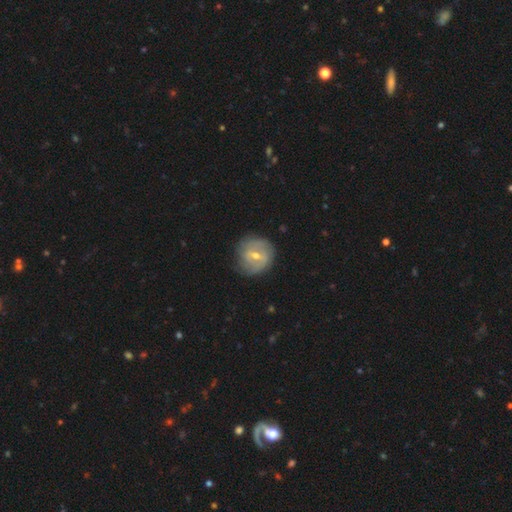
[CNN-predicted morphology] featured or disk 64%, smooth 30%, star or artifact 6%. Down the decision tree: edge-on disk — no (96%); bar — weak (56%); spiral arms — yes (69%); bulge size — moderate (65%); merging — none (75%).